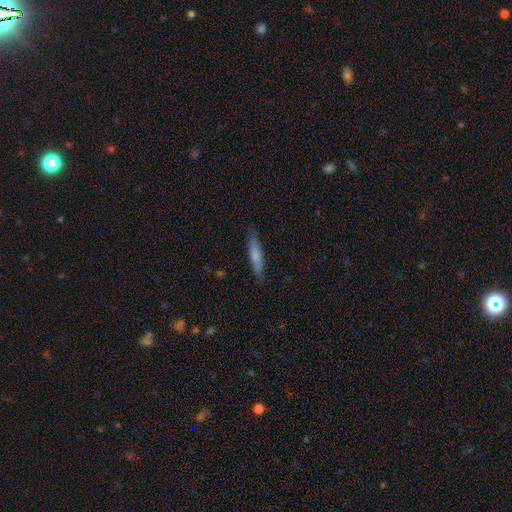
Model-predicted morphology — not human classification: type=smooth (76%); roundness=cigar-shaped (88%); merging=none (86%).